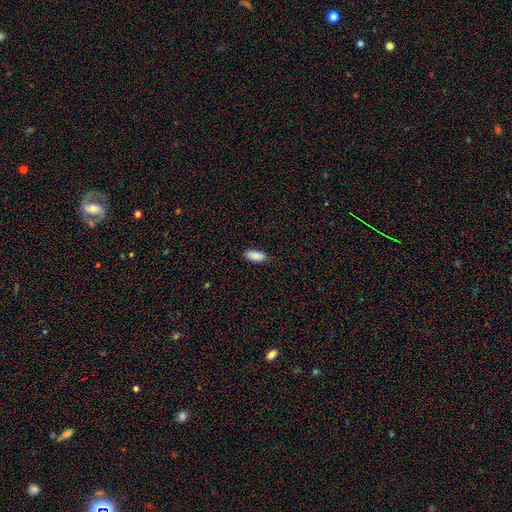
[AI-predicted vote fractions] This is clearly a smooth galaxy (89%). How rounded: clearly in between (87%). Merging: clearly none (86%).